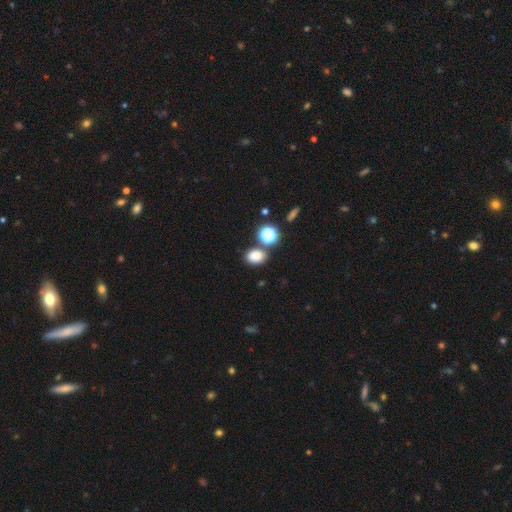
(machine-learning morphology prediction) A smooth galaxy with no disk features (79%) that is in between round and cigar-shaped (64%).

Vote fractions:
- Smooth or featured? smooth: 79% / star or artifact: 15% / featured or disk: 6%
- How rounded? in between: 64% / round: 35% / cigar-shaped: 1%
- Merging? none: 71% / merger: 14% / minor disturbance: 11% / major disturbance: 4%